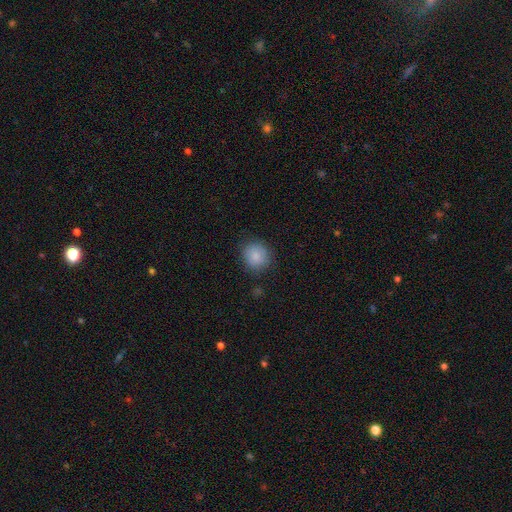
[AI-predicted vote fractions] Overall: smooth (87%). How rounded: round (86%). Merging: none (85%).